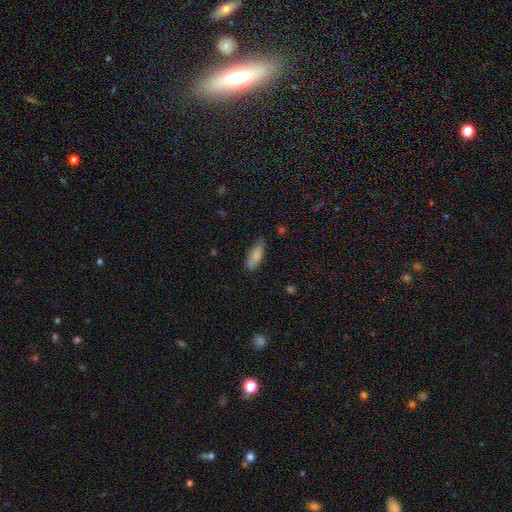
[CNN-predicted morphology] smooth 83%, featured or disk 10%, star or artifact 7%. Down the decision tree: how rounded — in between (78%); merging — none (67%).